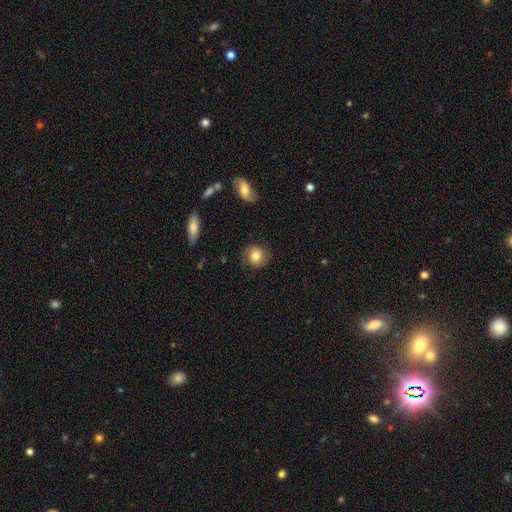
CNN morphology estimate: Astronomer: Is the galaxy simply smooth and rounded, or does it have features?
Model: smooth — 64%.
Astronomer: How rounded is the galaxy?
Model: round — 83%.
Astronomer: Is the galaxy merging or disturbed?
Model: none — 78%.